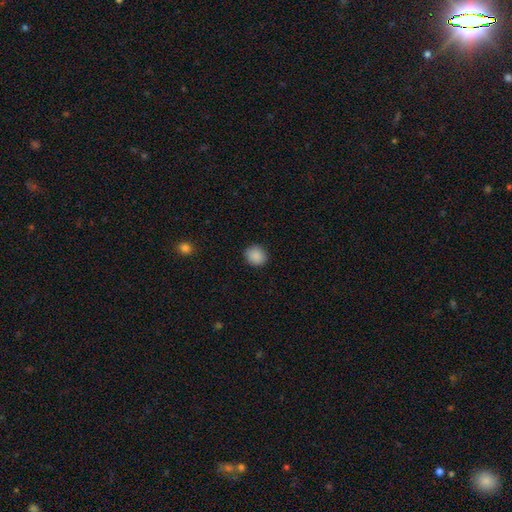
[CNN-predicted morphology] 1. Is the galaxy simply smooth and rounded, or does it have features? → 89% smooth, 9% star or artifact, 3% featured or disk.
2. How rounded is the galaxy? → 83% round, 16% in between, 1% cigar-shaped.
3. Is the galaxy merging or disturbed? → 90% none, 7% minor disturbance, 2% major disturbance, 1% merger.